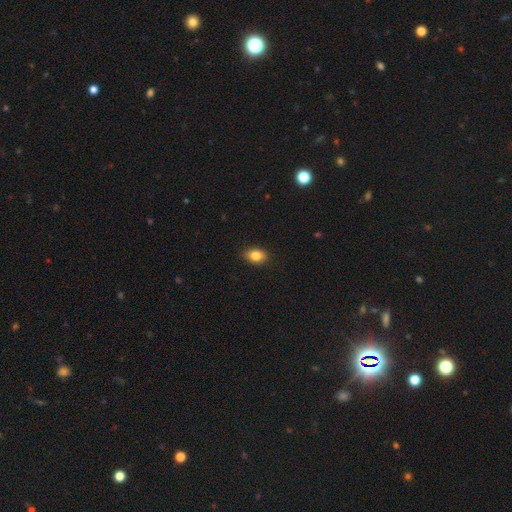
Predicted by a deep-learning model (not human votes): A smooth galaxy with no disk features (83%) that is in between round and cigar-shaped (80%).

Vote fractions:
- Smooth or featured? smooth: 83% / star or artifact: 9% / featured or disk: 8%
- How rounded? in between: 80% / round: 18% / cigar-shaped: 2%
- Merging? none: 85% / minor disturbance: 12% / major disturbance: 2% / merger: 1%